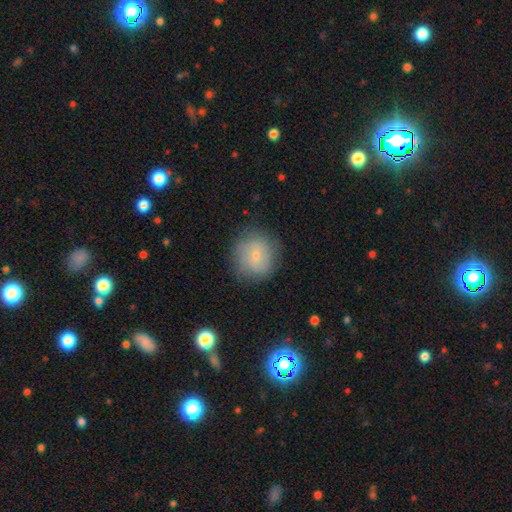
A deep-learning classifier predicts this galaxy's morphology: Smooth or featured? Predicted: smooth (p=0.63). How rounded? Predicted: round (p=0.89). Merging? Predicted: none (p=0.79).